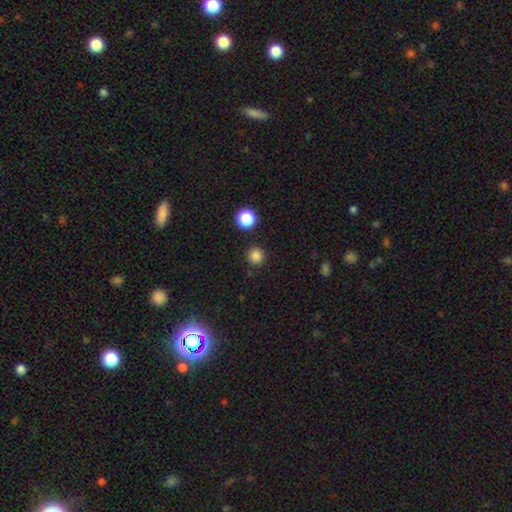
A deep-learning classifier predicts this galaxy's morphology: This is clearly a smooth galaxy (83%). How rounded: clearly round (94%). Merging: clearly none (89%).